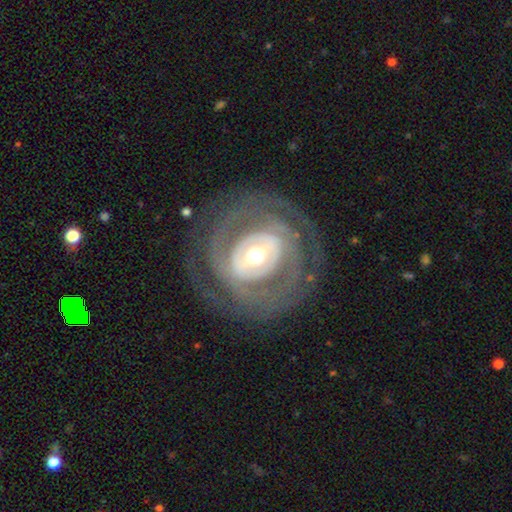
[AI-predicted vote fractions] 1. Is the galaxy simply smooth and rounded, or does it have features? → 83% featured or disk, 12% smooth, 5% star or artifact.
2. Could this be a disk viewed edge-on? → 96% no, 4% yes.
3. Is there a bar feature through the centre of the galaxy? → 37% strong, 35% weak, 28% no.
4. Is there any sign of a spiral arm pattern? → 69% yes, 31% no.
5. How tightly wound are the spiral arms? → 69% tight, 22% medium, 9% loose.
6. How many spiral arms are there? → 38% can't tell, 36% 2, 11% 3, 6% 1, 6% 4, 4% more than 4.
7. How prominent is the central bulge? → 64% moderate, 20% small, 13% large, 1% dominant, 1% none.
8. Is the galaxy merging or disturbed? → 78% none, 12% minor disturbance, 10% major disturbance, 1% merger.